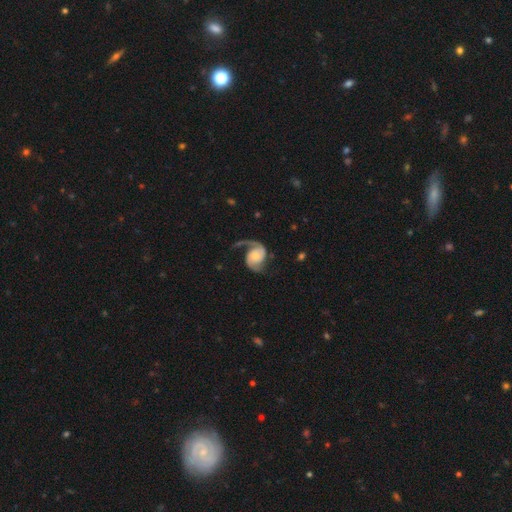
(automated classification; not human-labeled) smooth_or_featured: featured or disk (p=0.89) [alt: smooth p=0.07]
disk_edge_on: no (p=0.98) [alt: yes p=0.02]
bar: no (p=0.69) [alt: weak p=0.24]
has_spiral_arms: yes (p=0.97) [alt: no p=0.03]
spiral_winding: medium (p=0.42) [alt: loose p=0.40]
spiral_arm_count: 2 (p=0.83) [alt: 1 p=0.12]
bulge_size: small (p=0.51) [alt: moderate p=0.37]
merging: none (p=0.60) [alt: major disturbance p=0.20]